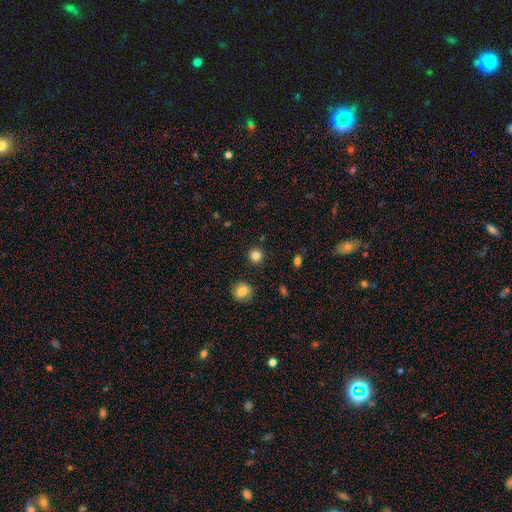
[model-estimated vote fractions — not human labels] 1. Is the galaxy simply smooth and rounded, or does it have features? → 84% smooth, 12% star or artifact, 4% featured or disk.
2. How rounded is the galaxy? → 93% round, 6% in between, 1% cigar-shaped.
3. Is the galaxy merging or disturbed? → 91% none, 5% minor disturbance, 2% major disturbance, 2% merger.